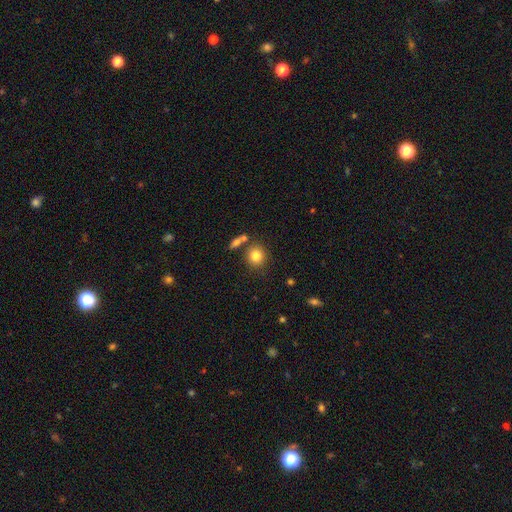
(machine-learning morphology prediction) Smooth or featured: smooth — 81% (star or artifact — 10%)
How rounded: round — 84% (in between — 15%)
Merging: none — 75% (merger — 12%)